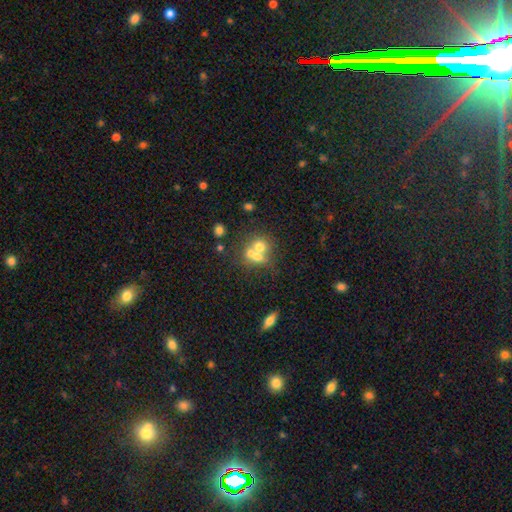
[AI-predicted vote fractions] A smooth galaxy with no disk features (60%) that is round (62%). Merging: merger (61%).